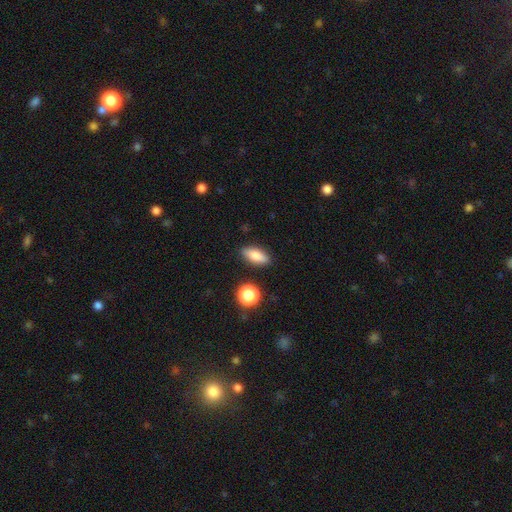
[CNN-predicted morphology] A smooth galaxy with no disk features (78%) that is in between round and cigar-shaped (74%). Merging: none (86%).